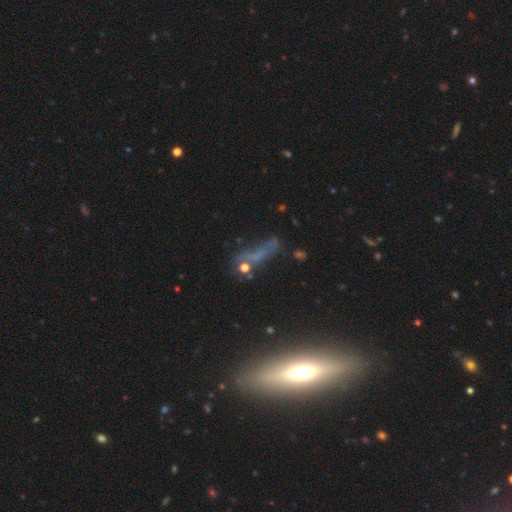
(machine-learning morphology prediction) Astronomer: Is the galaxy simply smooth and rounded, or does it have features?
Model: smooth — 35% (runner-up: featured or disk, 34%).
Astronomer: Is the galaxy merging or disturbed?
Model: none — 47% (runner-up: major disturbance, 23%).